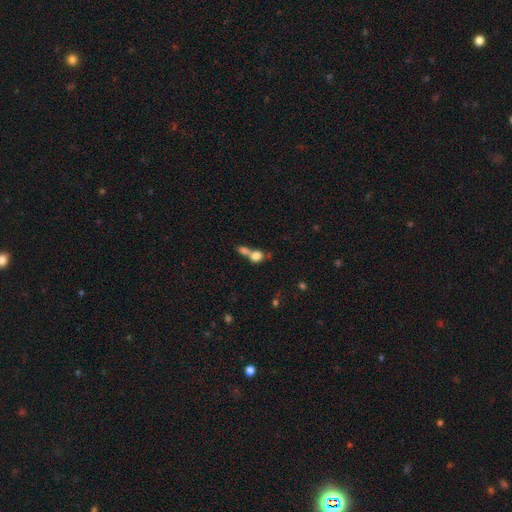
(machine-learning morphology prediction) This is likely a smooth galaxy (78%). How rounded: likely round (64%). Merging: likely merger (65%).